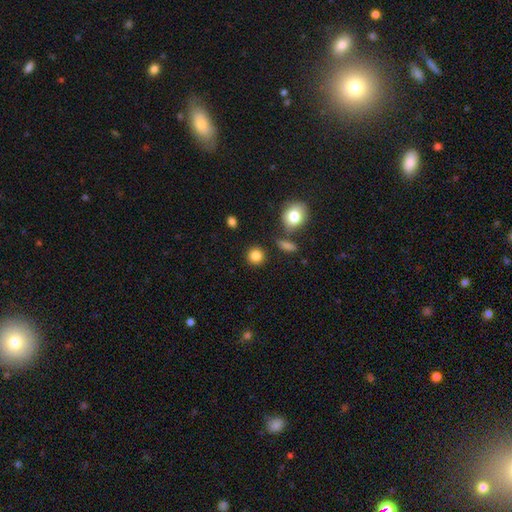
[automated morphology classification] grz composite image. It shows a smooth galaxy with no disk features (85%) that is round (89%). Merging: none (85%).